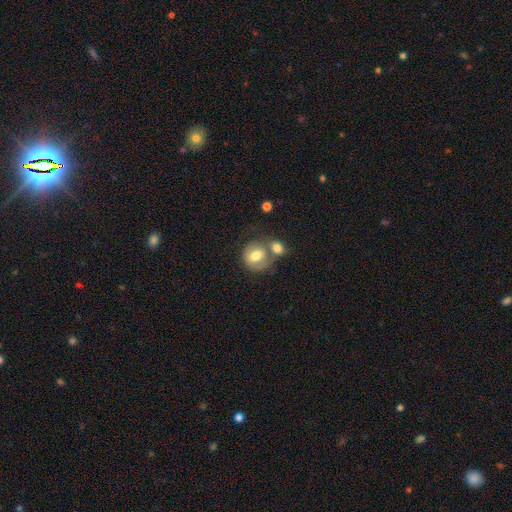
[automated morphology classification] This is likely a smooth galaxy (70%). How rounded: likely round (72%). Merging: marginally merger (43%).